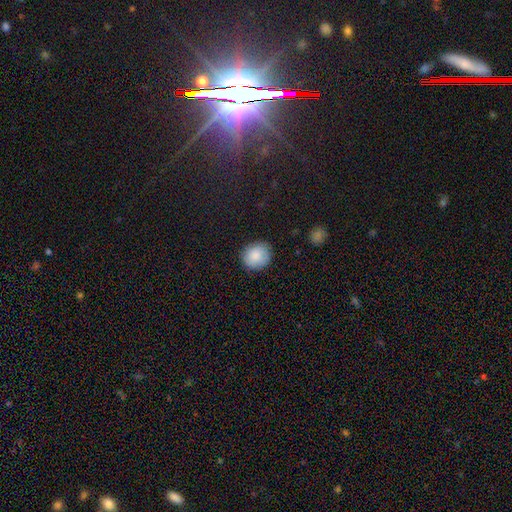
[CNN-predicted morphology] Smooth or featured? smooth (87%)
How rounded? round (82%)
Merging? none (87%)